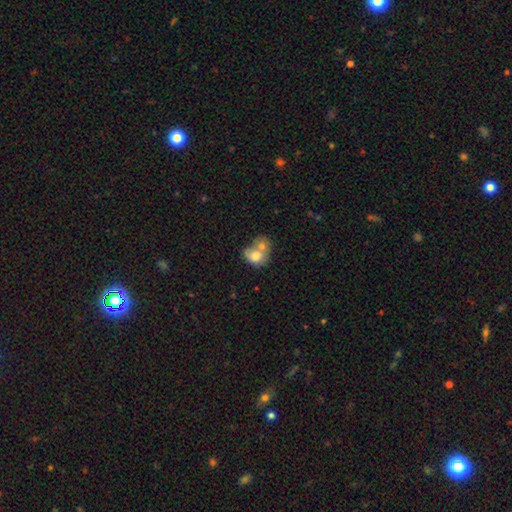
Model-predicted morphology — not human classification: This appears to be a smooth galaxy with no disk features (72%) that is round (50%). Merging: merger (69%).